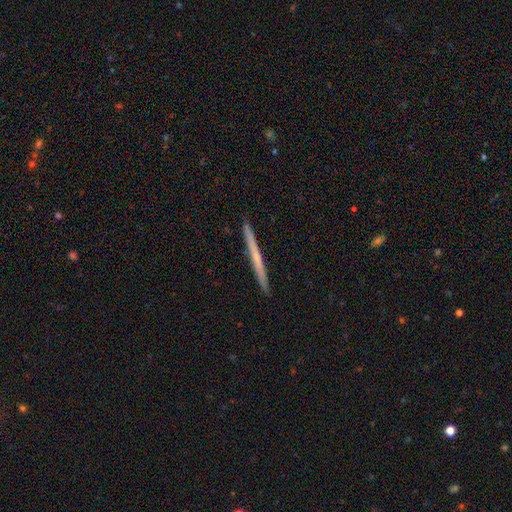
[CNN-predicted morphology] featured or disk 52%, smooth 42%, star or artifact 6%. Down the decision tree: edge-on disk — yes (98%); edge-on bulge — none (82%); merging — none (93%).